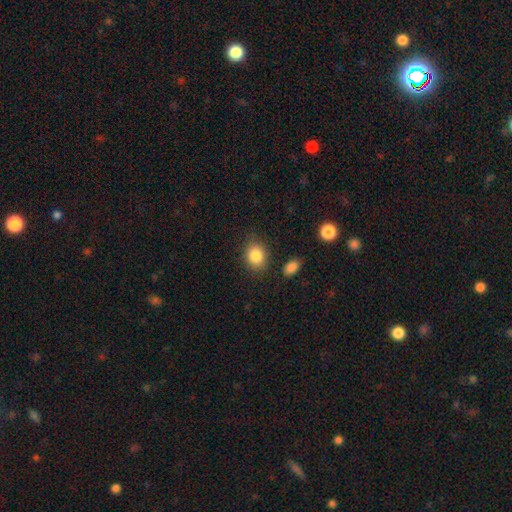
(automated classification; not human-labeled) A smooth galaxy with no disk features (86%) that is round (52%).

Vote fractions:
- Smooth or featured? smooth: 86% / star or artifact: 8% / featured or disk: 6%
- How rounded? round: 52% / in between: 47% / cigar-shaped: 1%
- Merging? none: 81% / minor disturbance: 12% / major disturbance: 4% / merger: 3%